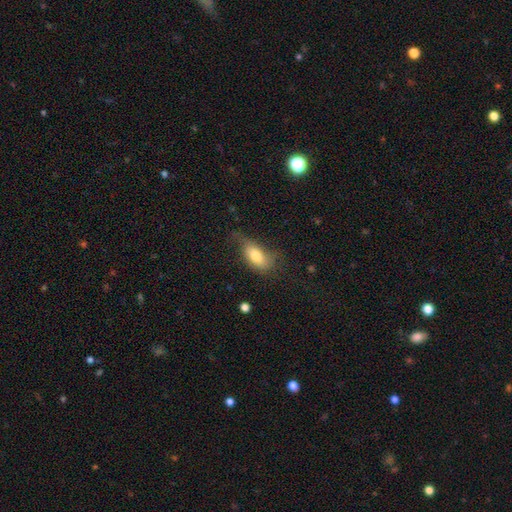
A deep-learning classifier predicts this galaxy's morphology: Overall: smooth (76%). How rounded: in between (88%). Merging: none (40%; minor disturbance 34%).